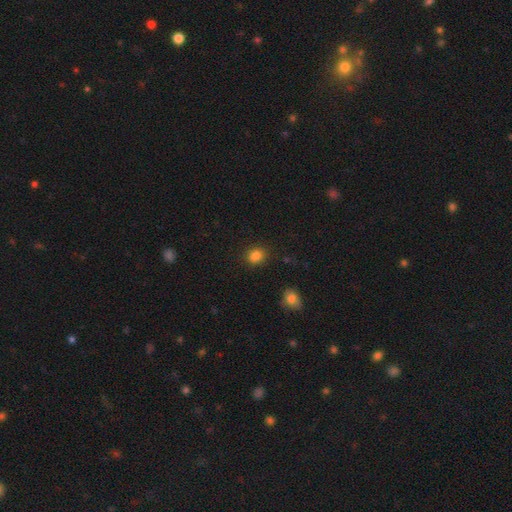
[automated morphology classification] A smooth galaxy with no disk features (84%) that is round (61%).

Vote fractions:
- Smooth or featured? smooth: 84% / star or artifact: 12% / featured or disk: 4%
- How rounded? round: 61% / in between: 38% / cigar-shaped: 1%
- Merging? none: 81% / minor disturbance: 12% / merger: 4% / major disturbance: 3%